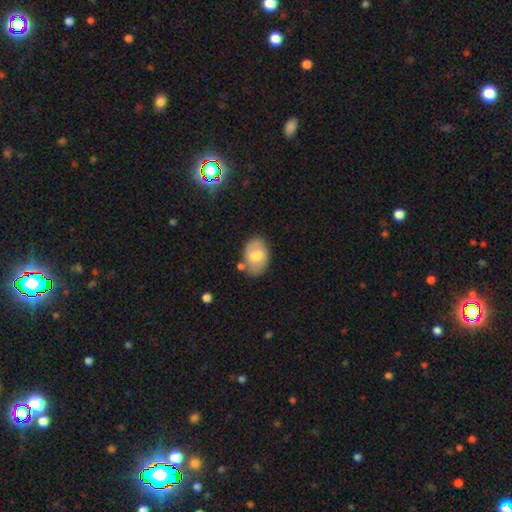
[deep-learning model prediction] Smooth or featured: smooth — 61% (featured or disk — 32%)
How rounded: in between — 85% (round — 14%)
Merging: none — 69% (minor disturbance — 18%)